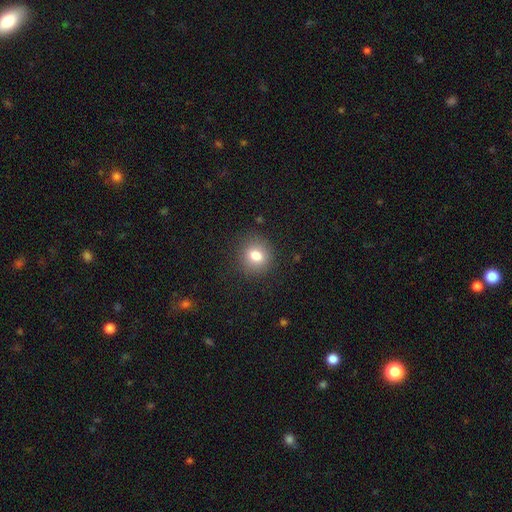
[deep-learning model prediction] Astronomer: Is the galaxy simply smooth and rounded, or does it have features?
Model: smooth — 79%.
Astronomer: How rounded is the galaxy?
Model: round — 82%.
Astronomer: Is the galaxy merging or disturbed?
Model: none — 87%.